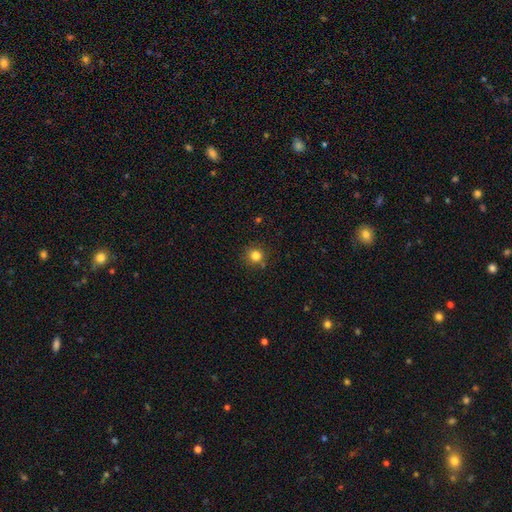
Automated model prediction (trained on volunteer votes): The model was most divided on "smooth or featured": smooth: 82%, star or artifact: 13%, featured or disk: 5%. More confident: how rounded — round (93%); merging — none (87%).